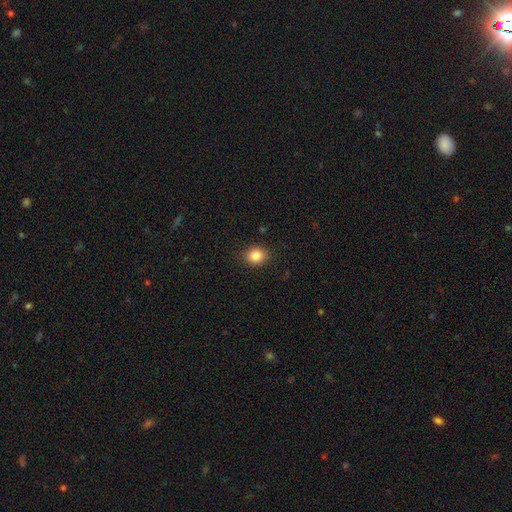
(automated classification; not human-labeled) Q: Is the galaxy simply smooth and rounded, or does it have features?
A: smooth — 84%.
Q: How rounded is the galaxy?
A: round — 62%.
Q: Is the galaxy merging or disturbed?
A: none — 88%.